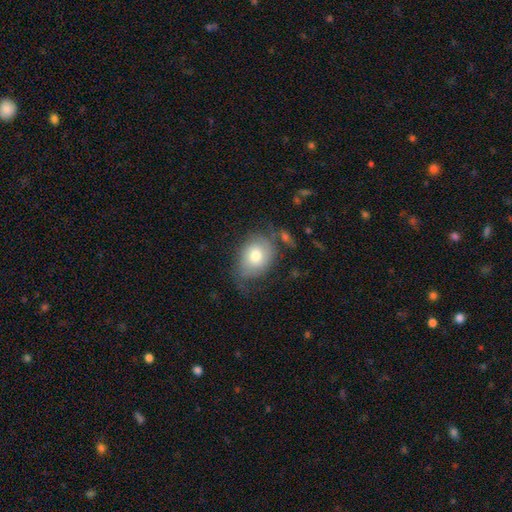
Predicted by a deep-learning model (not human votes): A smooth galaxy with no disk features (66%) that is in between round and cigar-shaped (55%). Merging: none (49%).